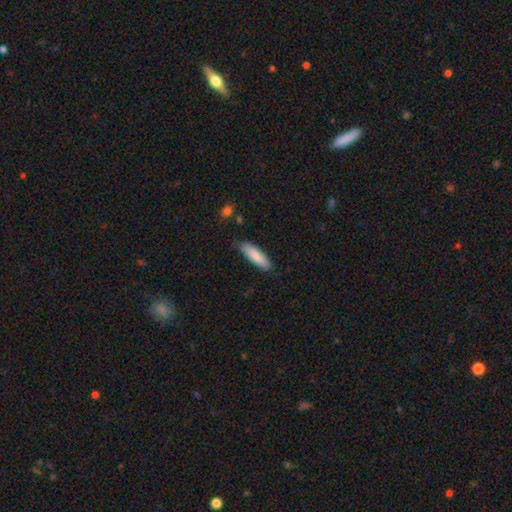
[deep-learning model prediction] Smooth or featured: smooth — 86% (featured or disk — 9%)
How rounded: cigar-shaped — 63% (in between — 36%)
Merging: none — 81% (minor disturbance — 15%)